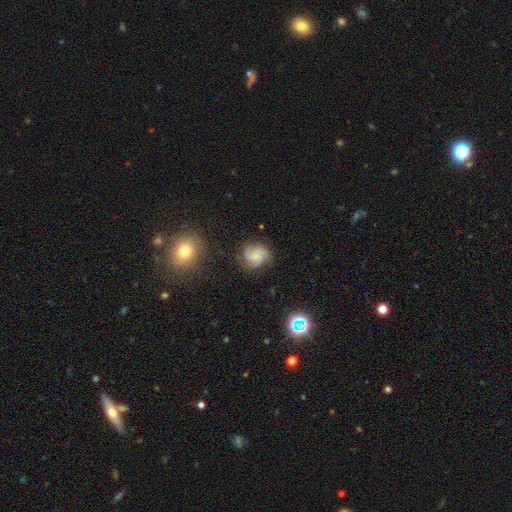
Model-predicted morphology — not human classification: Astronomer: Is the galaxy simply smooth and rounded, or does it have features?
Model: featured or disk — 60%.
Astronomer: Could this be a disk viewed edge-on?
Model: no — 98%.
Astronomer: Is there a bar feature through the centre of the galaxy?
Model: no — 75%.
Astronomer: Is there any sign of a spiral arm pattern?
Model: yes — 92%.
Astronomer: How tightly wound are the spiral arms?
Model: medium — 44% (runner-up: tight, 41%).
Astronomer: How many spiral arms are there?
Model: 3 — 42% (runner-up: 2, 24%).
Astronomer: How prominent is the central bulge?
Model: small — 64%.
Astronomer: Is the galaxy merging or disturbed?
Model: none — 70%.